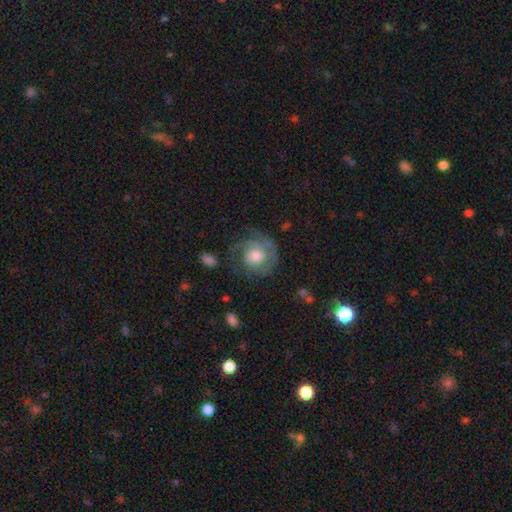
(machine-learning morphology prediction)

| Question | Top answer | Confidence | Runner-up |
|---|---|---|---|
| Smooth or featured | featured or disk | 74% | smooth (20%) |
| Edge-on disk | no | 98% | yes (2%) |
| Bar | no | 77% | weak (19%) |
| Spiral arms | yes | 91% | no (9%) |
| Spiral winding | tight | 58% | medium (32%) |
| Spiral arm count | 2 | 32% | can't tell (26%) |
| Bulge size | moderate | 58% | large (27%) |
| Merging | none | 66% | minor disturbance (19%) |